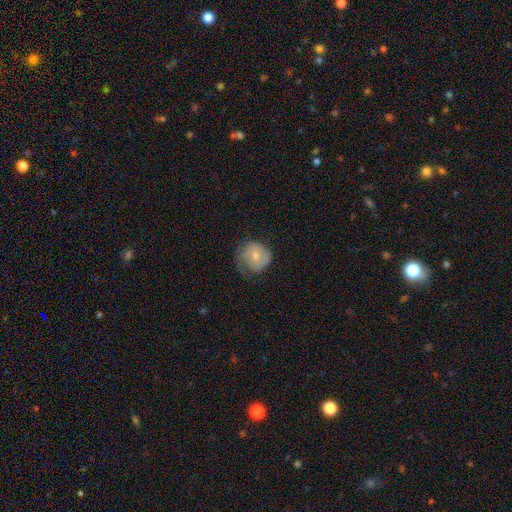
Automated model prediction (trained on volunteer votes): This appears to be a smooth galaxy with no disk features (56%) that is round (82%). Merging: none (46%).